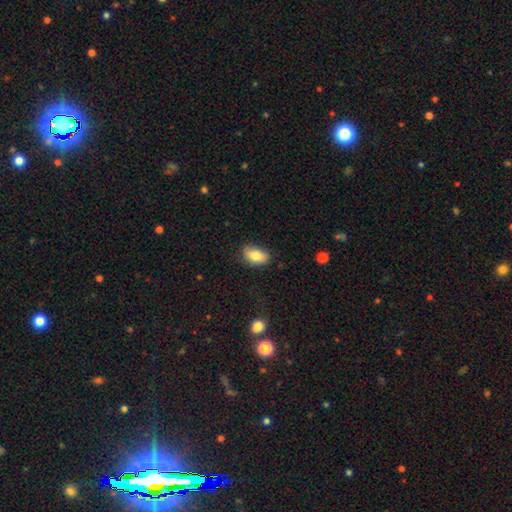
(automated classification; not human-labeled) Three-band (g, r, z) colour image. It shows a smooth galaxy with no disk features (81%) that is in between round and cigar-shaped (91%). Merging: none (74%).